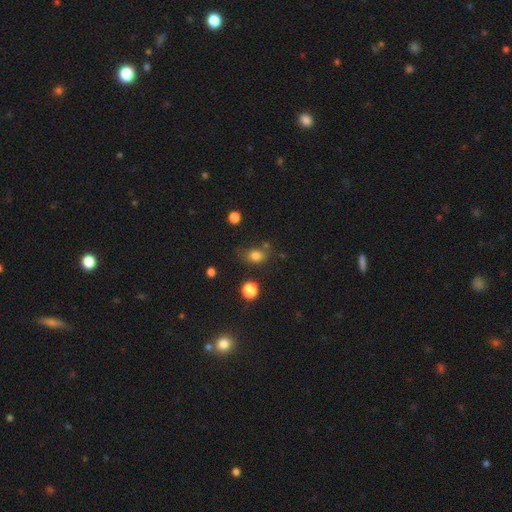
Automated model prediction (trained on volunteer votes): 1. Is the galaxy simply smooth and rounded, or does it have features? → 80% smooth, 14% star or artifact, 7% featured or disk.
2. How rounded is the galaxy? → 62% in between, 37% round, 1% cigar-shaped.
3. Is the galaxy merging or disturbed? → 68% none, 18% minor disturbance, 8% merger, 6% major disturbance.